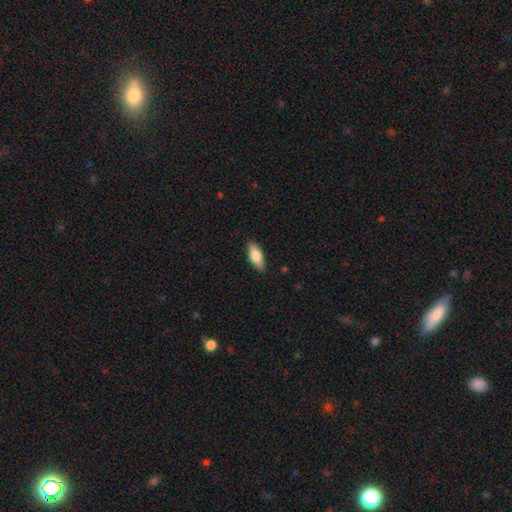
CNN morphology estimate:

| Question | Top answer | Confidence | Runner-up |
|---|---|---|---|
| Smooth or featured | smooth | 76% | featured or disk (18%) |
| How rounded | in between | 72% | cigar-shaped (26%) |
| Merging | none | 88% | minor disturbance (9%) |